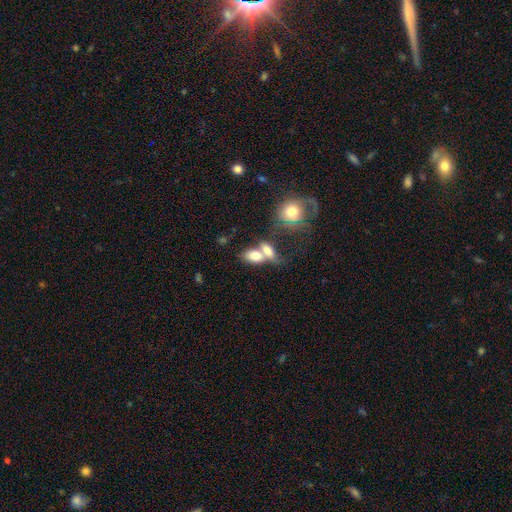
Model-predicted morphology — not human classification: Smooth or featured? Predicted: smooth (p=0.72). How rounded? Predicted: in between (p=0.84). Merging? Predicted: merger (p=0.62).